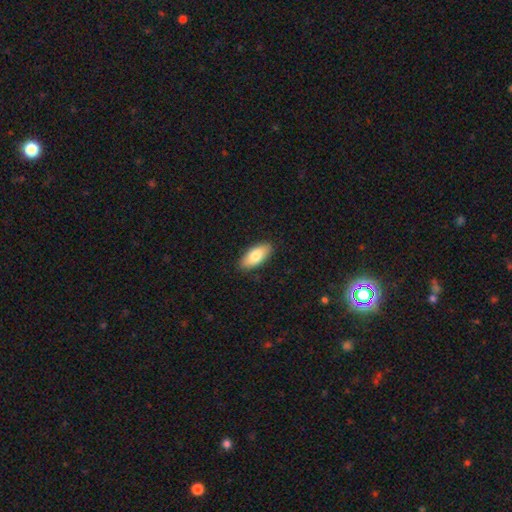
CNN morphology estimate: This is likely a smooth galaxy (80%). How rounded: clearly in between (87%). Merging: clearly none (89%).